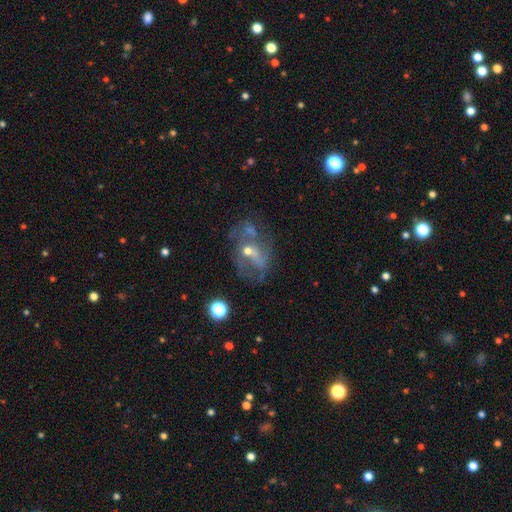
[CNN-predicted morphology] smooth_or_featured: featured or disk (p=0.62) [alt: smooth p=0.19]
disk_edge_on: no (p=0.92) [alt: yes p=0.08]
bar: no (p=0.43) [alt: weak p=0.38]
has_spiral_arms: yes (p=0.57) [alt: no p=0.43]
bulge_size: small (p=0.57) [alt: moderate p=0.35]
merging: none (p=0.50) [alt: merger p=0.18]